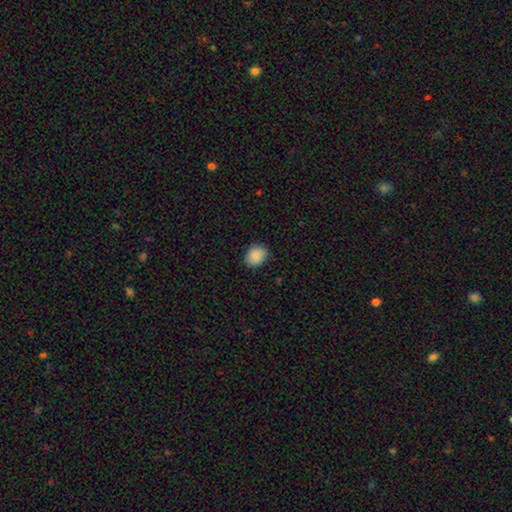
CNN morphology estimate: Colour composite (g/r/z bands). It shows a smooth galaxy with no disk features (89%) that is round (53%). Merging: none (82%).